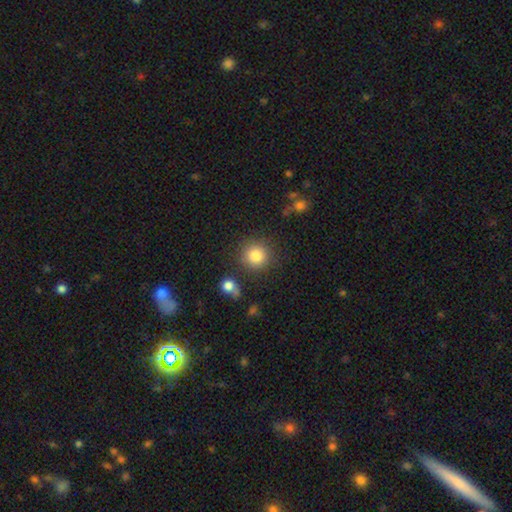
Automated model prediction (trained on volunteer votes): This appears to be a smooth galaxy with no disk features (84%) that is round (91%). Merging: none (82%).